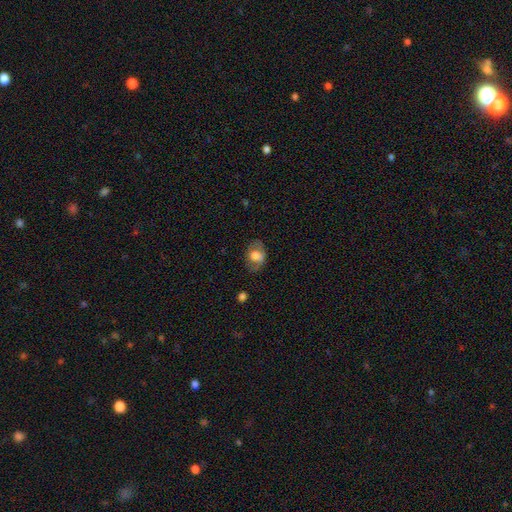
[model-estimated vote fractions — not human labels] Smooth or featured?
  - smooth: 62% *
  - featured or disk: 30%
  - star or artifact: 8%
How rounded?
  - in between: 74% *
  - round: 25%
  - cigar-shaped: 1%
Merging?
  - none: 68% *
  - minor disturbance: 21%
  - major disturbance: 10%
  - merger: 2%